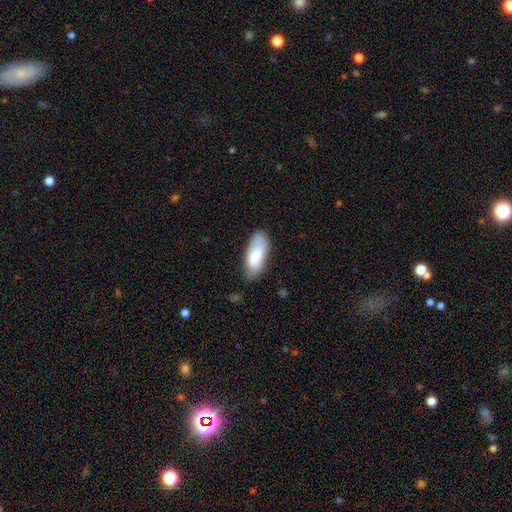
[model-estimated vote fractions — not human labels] Overall: smooth (74%). How rounded: in between (84%). Merging: none (71%).